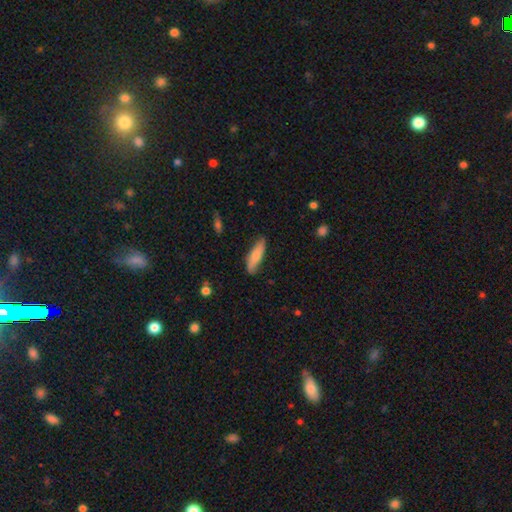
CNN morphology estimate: The model was most divided on "how rounded": cigar-shaped: 62%, in between: 37%, round: 2%. More confident: merging — none (78%); smooth or featured — smooth (72%).